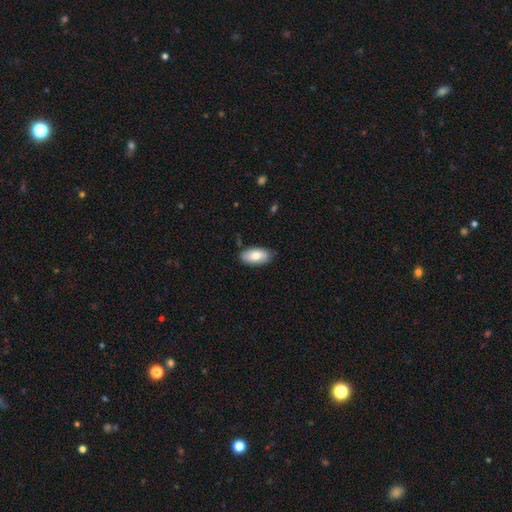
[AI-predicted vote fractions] Smooth or featured? smooth (74%)
How rounded? in between (94%)
Merging? none (82%)